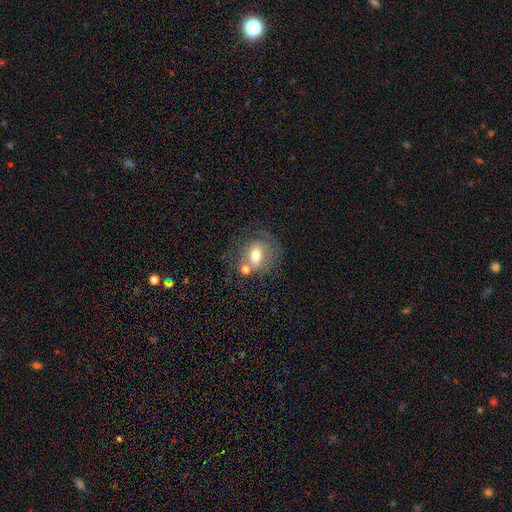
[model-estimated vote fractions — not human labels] Overall: smooth (55%; featured or disk 34%). How rounded: round (60%; in between 39%). Merging: none (49%; merger 23%).